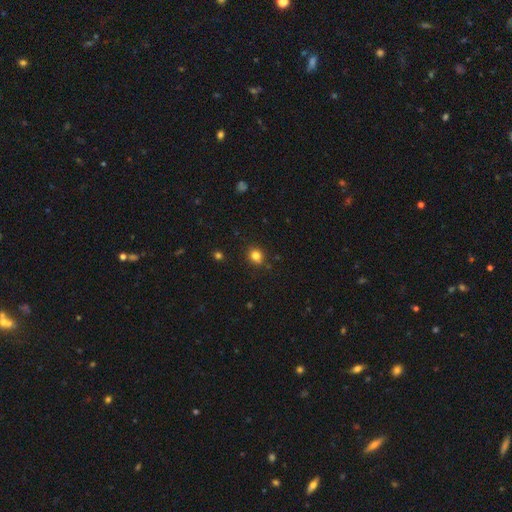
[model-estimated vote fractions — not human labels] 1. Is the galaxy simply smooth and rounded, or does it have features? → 81% smooth, 13% star or artifact, 6% featured or disk.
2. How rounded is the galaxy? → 80% round, 19% in between, 1% cigar-shaped.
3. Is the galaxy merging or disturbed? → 87% none, 9% minor disturbance, 2% major disturbance, 2% merger.